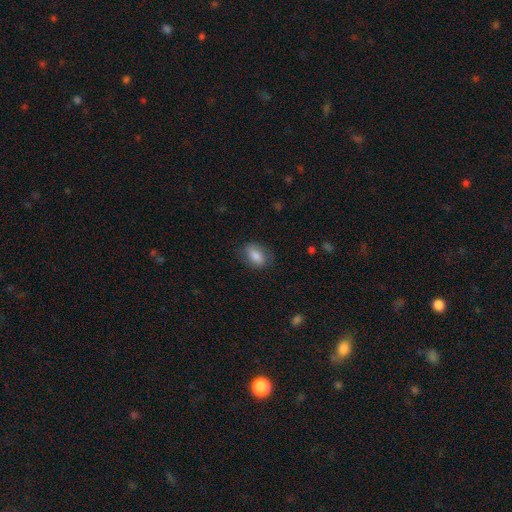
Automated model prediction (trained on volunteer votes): Morphology: type=smooth (82%); roundness=in between (85%); merging=none (78%).